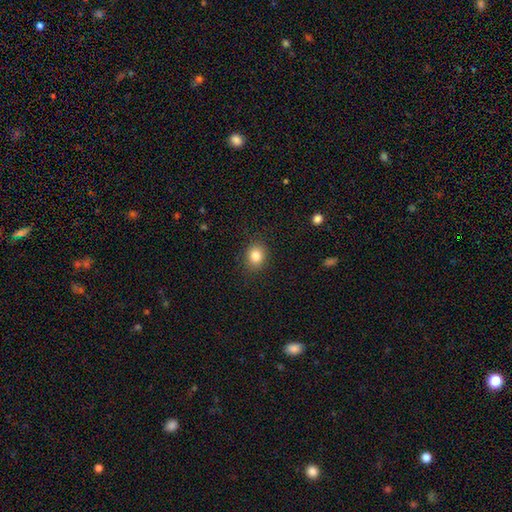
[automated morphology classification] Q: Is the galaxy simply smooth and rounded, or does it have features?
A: smooth — 84%.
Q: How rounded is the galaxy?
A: round — 62%.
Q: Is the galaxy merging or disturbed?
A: none — 87%.